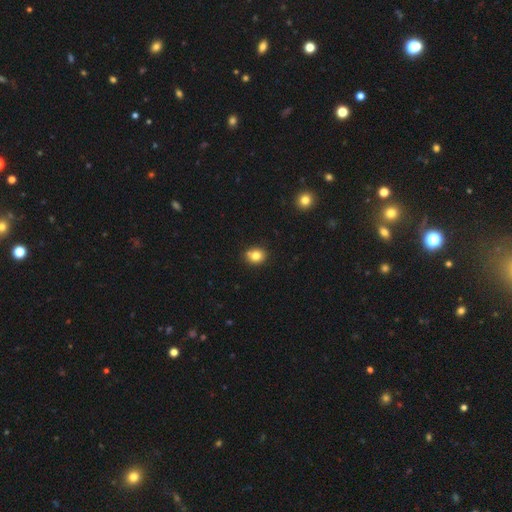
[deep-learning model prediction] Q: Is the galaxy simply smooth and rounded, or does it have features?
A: smooth — 80%.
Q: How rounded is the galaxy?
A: round — 71%.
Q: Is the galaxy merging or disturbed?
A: none — 74%.